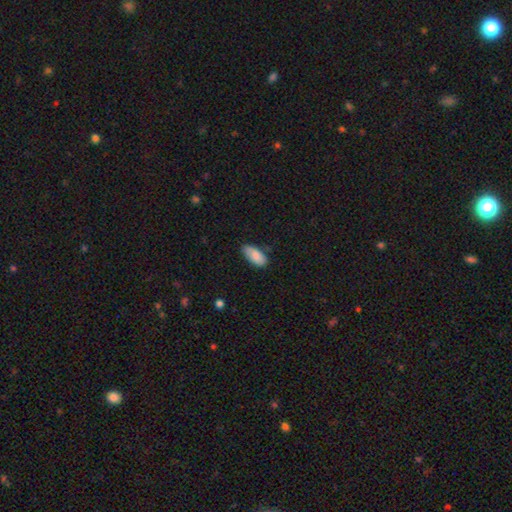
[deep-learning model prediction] Morphology: type=smooth (83%); roundness=in between (92%); merging=none (70%).